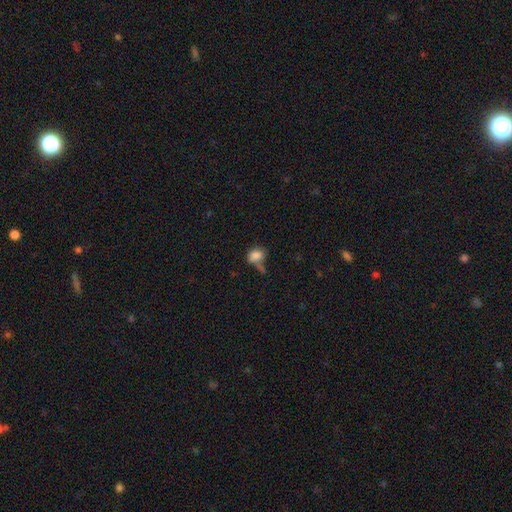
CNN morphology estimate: smooth-or-featured: smooth: 80% | star or artifact: 10% | featured or disk: 10%
  how-rounded: in between: 61% | round: 38% | cigar-shaped: 2%
  merging: none: 36% | minor disturbance: 24% | merger: 21% | major disturbance: 18%